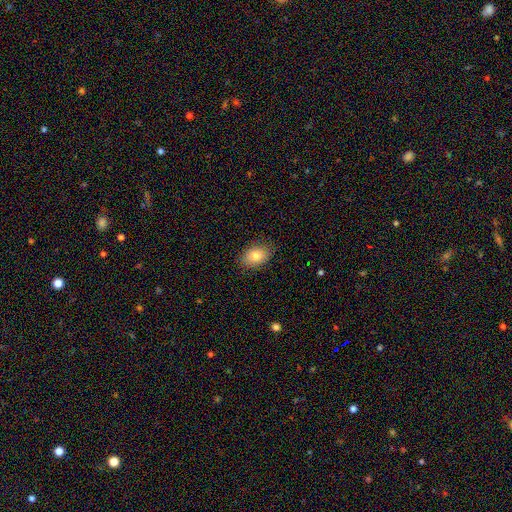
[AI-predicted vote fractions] Smooth or featured: smooth — 82% (featured or disk — 10%)
How rounded: in between — 79% (round — 19%)
Merging: none — 86% (minor disturbance — 10%)